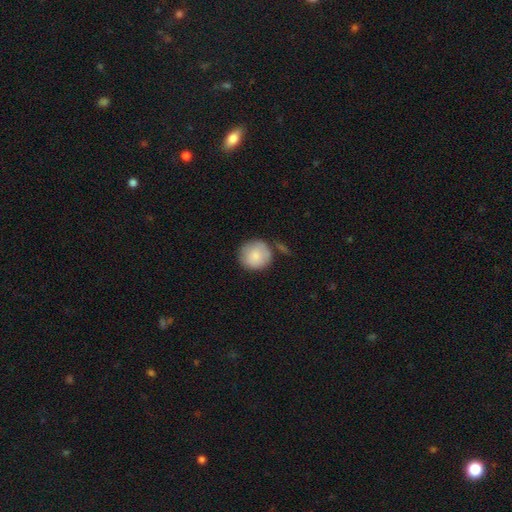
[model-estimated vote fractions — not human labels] smooth_or_featured: smooth (p=0.86) [alt: featured or disk p=0.08]
how_rounded: round (p=0.93) [alt: in between p=0.06]
merging: none (p=0.71) [alt: minor disturbance p=0.16]